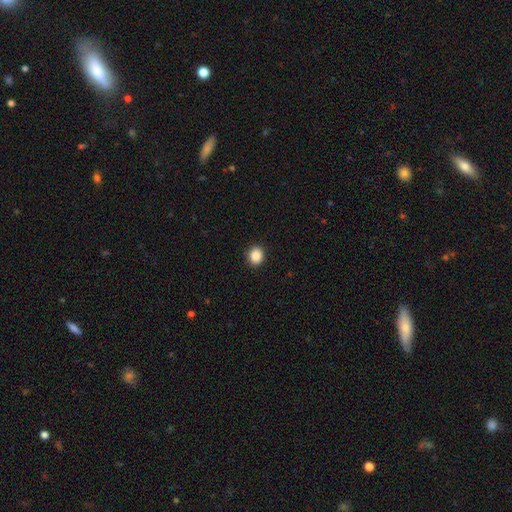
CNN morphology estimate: Smooth or featured?
  - smooth: 88% *
  - star or artifact: 9%
  - featured or disk: 3%
How rounded?
  - round: 76% *
  - in between: 23%
  - cigar-shaped: 1%
Merging?
  - none: 92% *
  - minor disturbance: 5%
  - major disturbance: 2%
  - merger: 1%